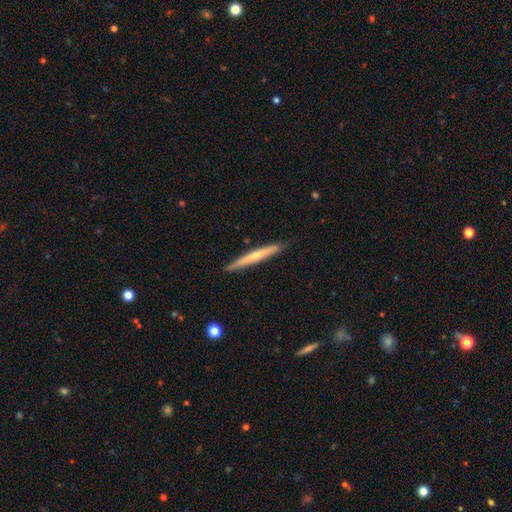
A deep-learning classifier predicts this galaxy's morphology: Smooth or featured? featured or disk (51%)
Edge-on disk? yes (96%)
Merging? none (88%)